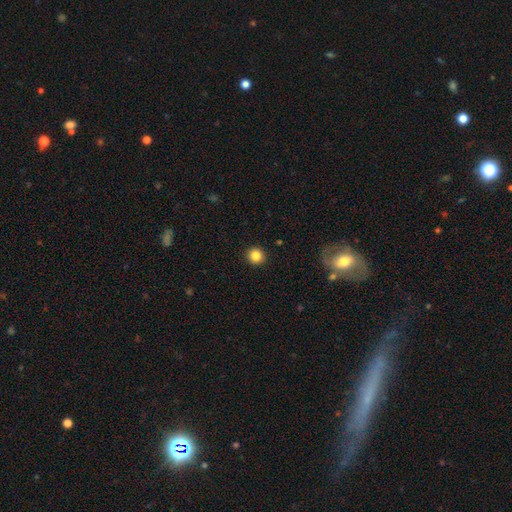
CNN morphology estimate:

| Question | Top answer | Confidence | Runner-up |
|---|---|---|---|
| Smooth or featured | smooth | 85% | star or artifact (11%) |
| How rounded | round | 93% | in between (6%) |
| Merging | none | 92% | minor disturbance (5%) |